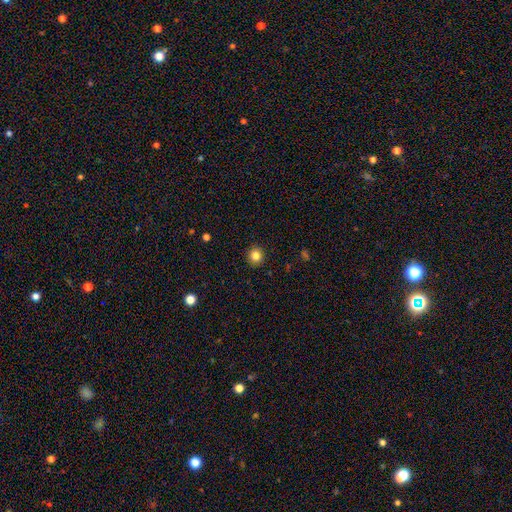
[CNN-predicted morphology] Overall: smooth (82%). How rounded: round (91%). Merging: none (93%).